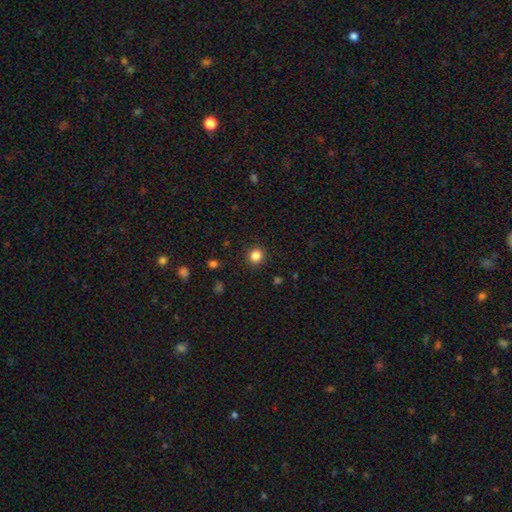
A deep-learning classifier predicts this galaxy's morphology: A smooth galaxy with no disk features (84%) that is round (89%). Merging: none (90%).